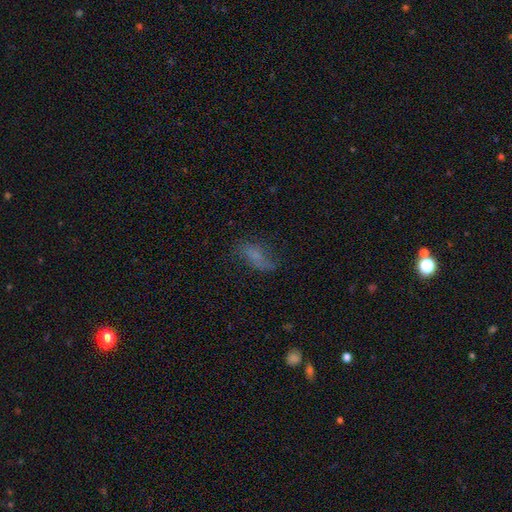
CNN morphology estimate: type=smooth (52%); roundness=in between (80%); merging=none (54%).